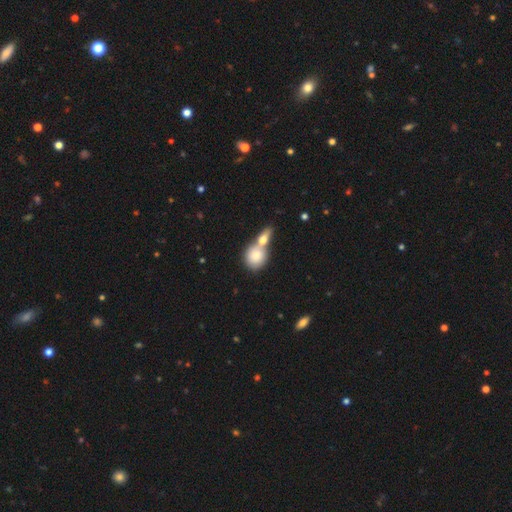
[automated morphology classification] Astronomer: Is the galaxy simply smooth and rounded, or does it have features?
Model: smooth — 79%.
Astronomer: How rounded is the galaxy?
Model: round — 70%.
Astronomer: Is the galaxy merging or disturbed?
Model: merger — 59%.